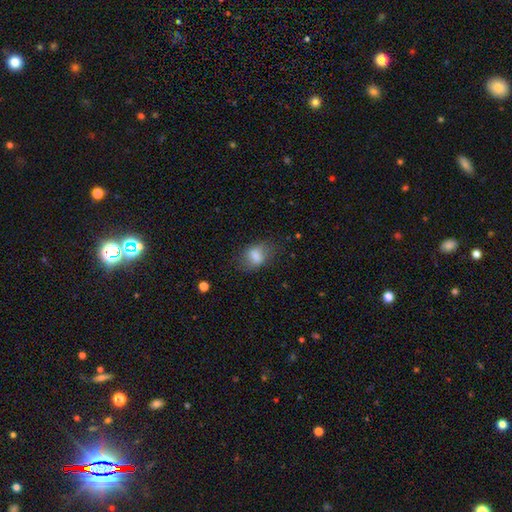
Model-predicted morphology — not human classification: Overall: smooth (74%). How rounded: in between (76%). Merging: none (62%; minor disturbance 24%).